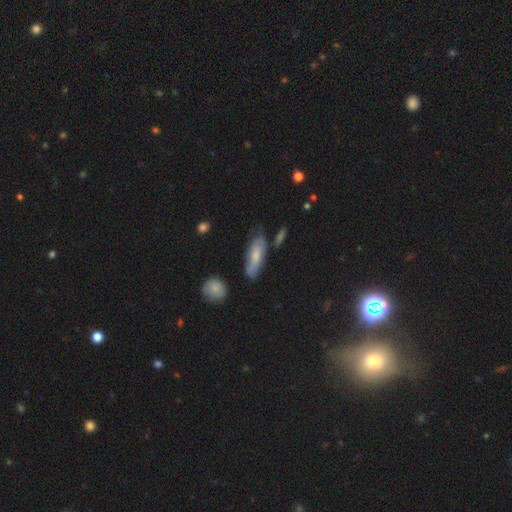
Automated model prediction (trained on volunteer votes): This appears to be a smooth galaxy with no disk features (59%) that is in between round and cigar-shaped (63%). Merging: none (61%).